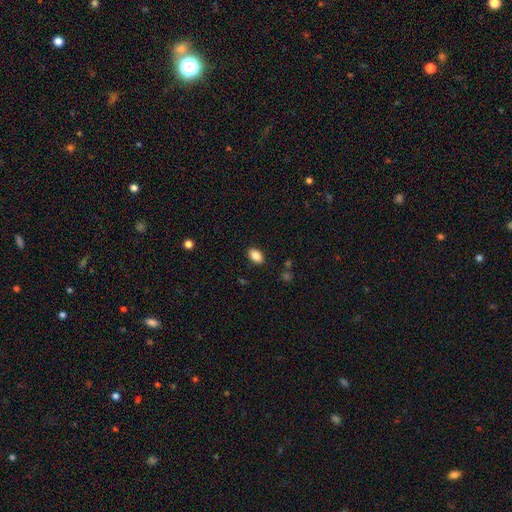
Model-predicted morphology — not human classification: Smooth or featured?
  - smooth: 88% *
  - star or artifact: 8%
  - featured or disk: 4%
How rounded?
  - in between: 89% *
  - round: 10%
  - cigar-shaped: 1%
Merging?
  - none: 87% *
  - minor disturbance: 9%
  - major disturbance: 2%
  - merger: 1%